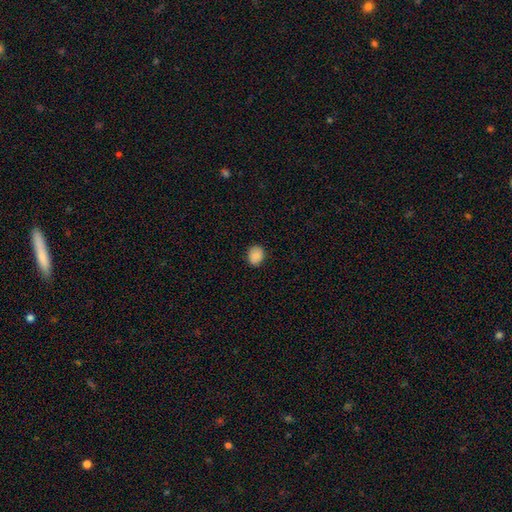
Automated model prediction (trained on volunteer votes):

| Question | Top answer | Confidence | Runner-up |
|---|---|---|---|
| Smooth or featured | smooth | 87% | star or artifact (8%) |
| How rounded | round | 57% | in between (42%) |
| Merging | none | 86% | minor disturbance (11%) |